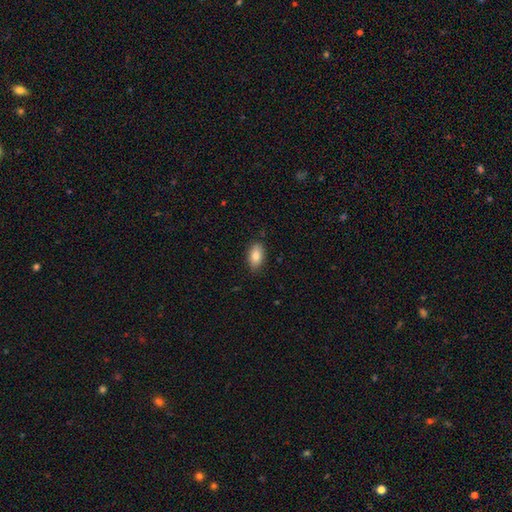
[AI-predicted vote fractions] The model was most divided on "smooth or featured": smooth: 83%, featured or disk: 10%, star or artifact: 7%. More confident: how rounded — in between (91%); merging — none (85%).